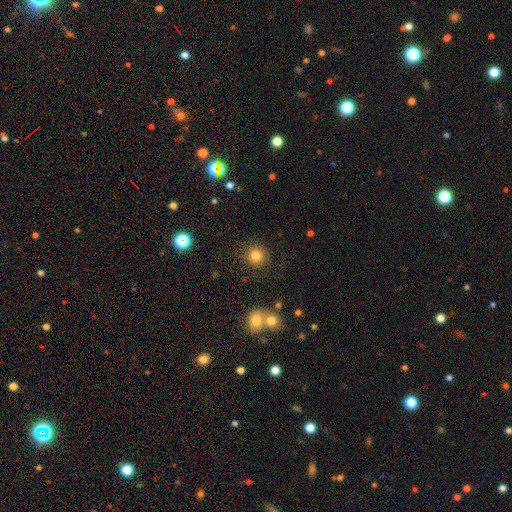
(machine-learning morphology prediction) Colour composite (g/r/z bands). It shows a smooth galaxy with no disk features (82%) that is round (92%). Merging: none (87%).